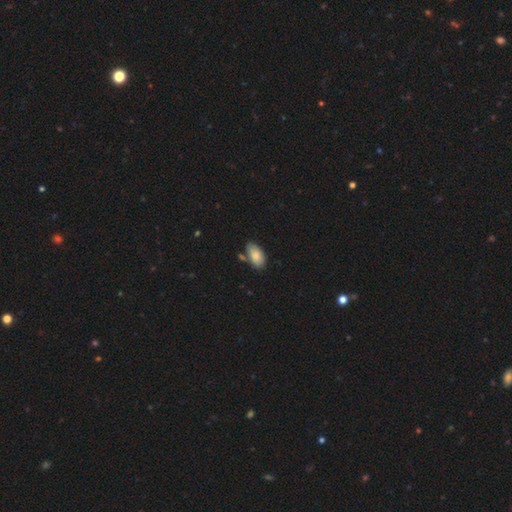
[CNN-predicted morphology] Smooth or featured? smooth (83%)
How rounded? in between (95%)
Merging? none (70%)